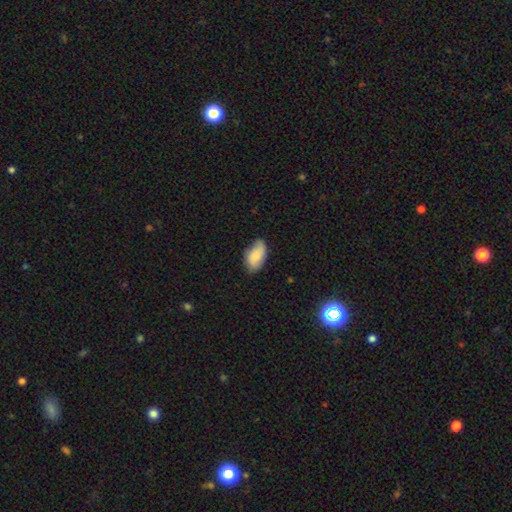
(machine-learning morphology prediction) This is likely a smooth galaxy (76%). How rounded: clearly in between (94%). Merging: likely none (69%).